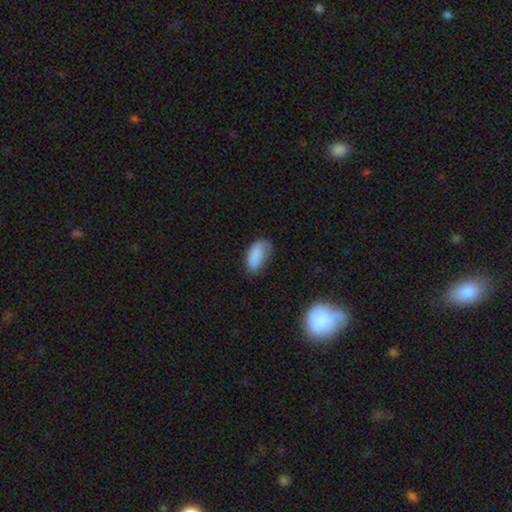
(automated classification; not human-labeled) This appears to be a smooth galaxy with no disk features (84%) that is in between round and cigar-shaped (93%). Merging: none (57%).